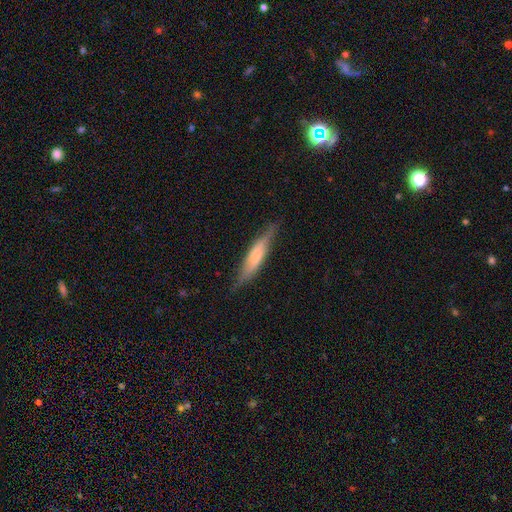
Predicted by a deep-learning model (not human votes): The model was most divided on "smooth or featured": smooth: 50%, featured or disk: 43%, star or artifact: 6%. More confident: how rounded — cigar-shaped (85%); merging — none (76%).